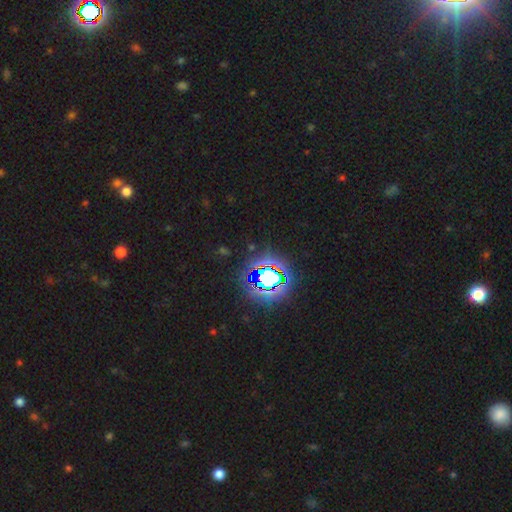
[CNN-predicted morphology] Smooth or featured? Predicted: star or artifact (p=0.82).